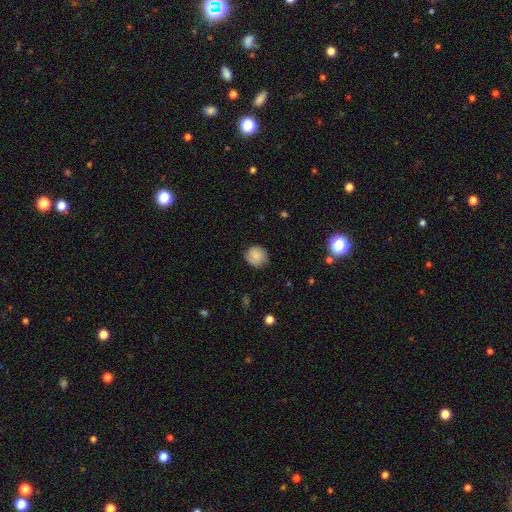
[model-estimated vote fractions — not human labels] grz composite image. It shows a smooth galaxy with no disk features (85%) that is round (90%). Merging: none (83%).